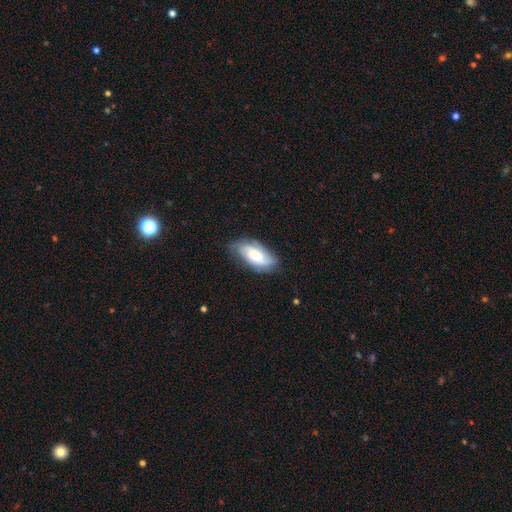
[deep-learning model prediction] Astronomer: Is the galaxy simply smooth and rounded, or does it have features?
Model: smooth — 55% (runner-up: featured or disk, 38%).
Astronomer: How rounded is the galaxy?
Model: in between — 89%.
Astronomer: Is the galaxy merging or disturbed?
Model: none — 69%.